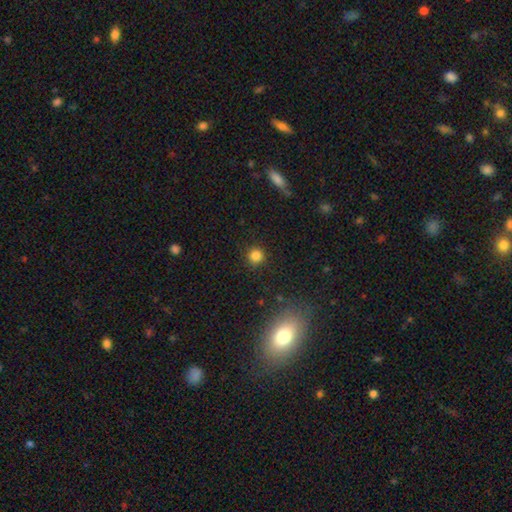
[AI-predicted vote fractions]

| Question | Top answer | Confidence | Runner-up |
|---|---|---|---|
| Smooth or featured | smooth | 82% | star or artifact (14%) |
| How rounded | round | 93% | in between (6%) |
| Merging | none | 88% | minor disturbance (8%) |